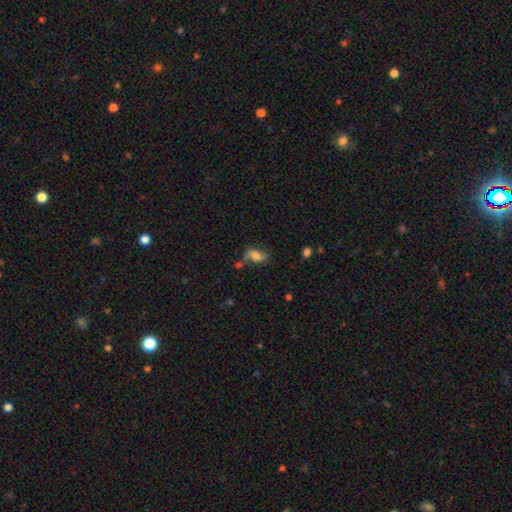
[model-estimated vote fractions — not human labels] Smooth or featured? Predicted: smooth (p=0.65). How rounded? Predicted: in between (p=0.86). Merging? Predicted: none (p=0.47).